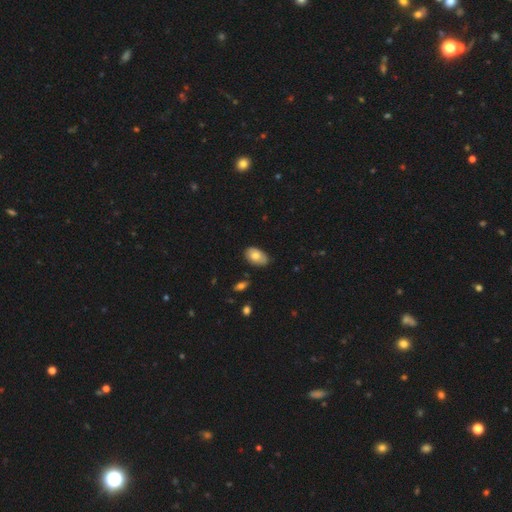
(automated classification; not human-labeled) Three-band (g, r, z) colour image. It shows a smooth galaxy with no disk features (78%) that is in between round and cigar-shaped (92%). Merging: none (74%).